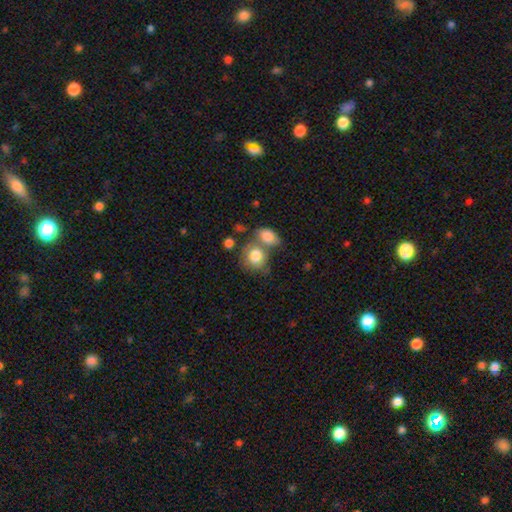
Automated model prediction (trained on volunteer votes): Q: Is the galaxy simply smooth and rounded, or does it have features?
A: smooth — 79%.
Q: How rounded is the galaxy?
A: round — 64%.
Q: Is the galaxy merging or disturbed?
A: merger — 41%.